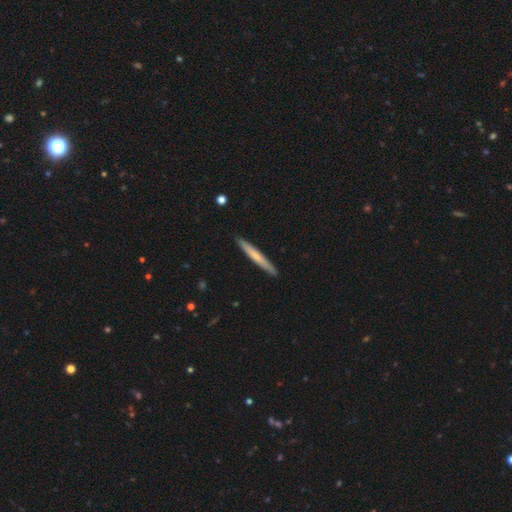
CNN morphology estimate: Smooth or featured? Predicted: smooth (p=0.58). How rounded? Predicted: cigar-shaped (p=0.96). Merging? Predicted: none (p=0.92).